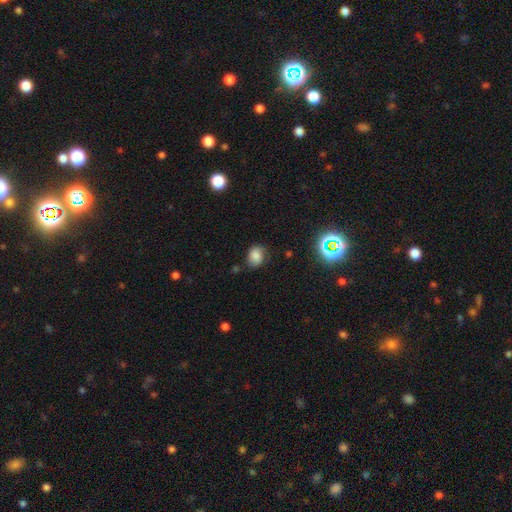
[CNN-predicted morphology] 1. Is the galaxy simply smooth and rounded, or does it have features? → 78% smooth, 14% star or artifact, 9% featured or disk.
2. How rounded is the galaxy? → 51% in between, 48% round, 1% cigar-shaped.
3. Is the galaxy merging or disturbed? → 68% none, 24% minor disturbance, 6% major disturbance, 2% merger.